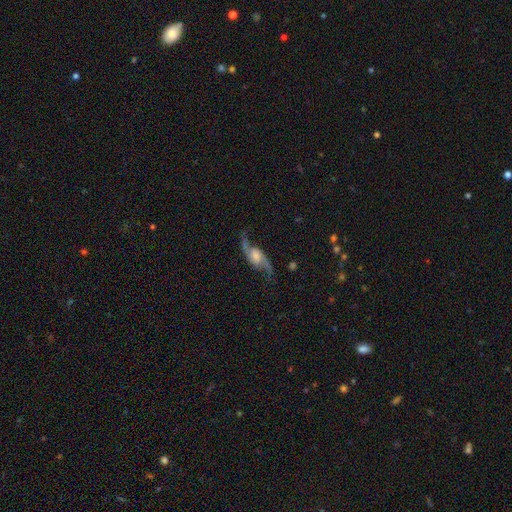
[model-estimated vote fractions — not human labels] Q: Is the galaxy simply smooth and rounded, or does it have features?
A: featured or disk — 88%.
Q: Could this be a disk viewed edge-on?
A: no — 94%.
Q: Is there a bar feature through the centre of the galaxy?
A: no — 51%.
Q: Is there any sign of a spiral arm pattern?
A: yes — 97%.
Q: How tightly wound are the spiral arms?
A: loose — 75%.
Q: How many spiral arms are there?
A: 2 — 94%.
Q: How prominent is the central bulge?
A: moderate — 35%.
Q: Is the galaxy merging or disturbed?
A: none — 76%.